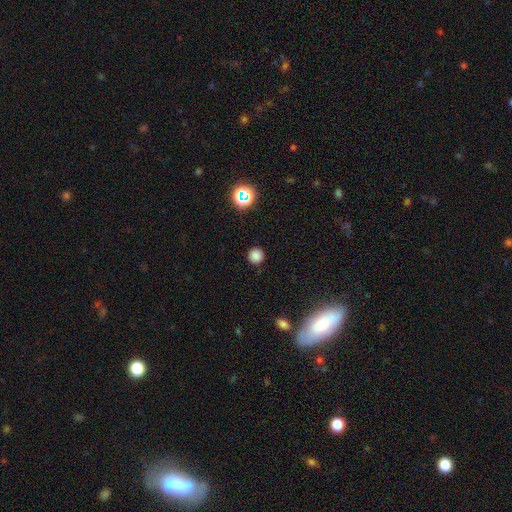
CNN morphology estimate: This is clearly a smooth galaxy (81%). How rounded: clearly round (95%). Merging: clearly none (91%).